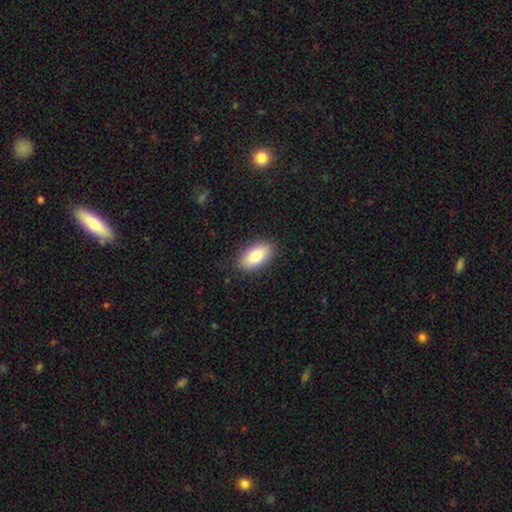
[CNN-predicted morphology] smooth_or_featured: smooth (p=0.84) [alt: featured or disk p=0.09]
how_rounded: in between (p=0.92) [alt: cigar-shaped p=0.04]
merging: none (p=0.87) [alt: minor disturbance p=0.10]